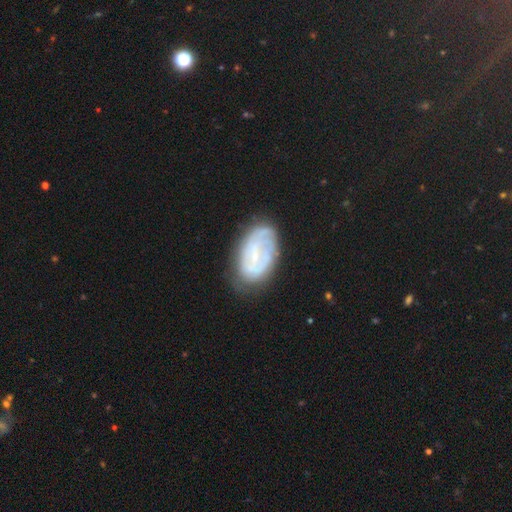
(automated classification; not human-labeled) This is likely a featured or disk galaxy (64%). It is clearly not viewed edge-on (96%). Bar: possibly no (52%). Spiral arm pattern: likely yes (71%). Central bulge: likely small (69%). Merging: likely none (63%).